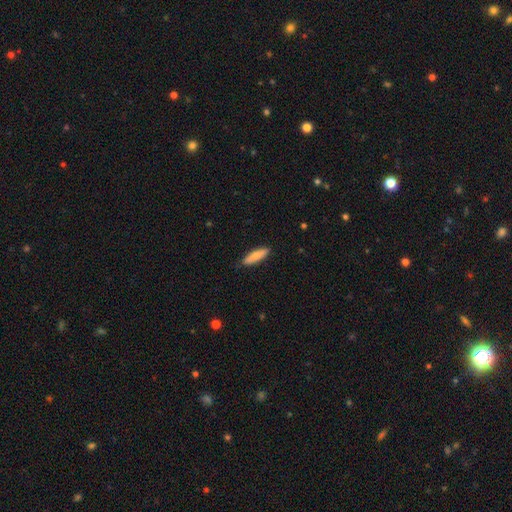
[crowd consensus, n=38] This is likely a smooth galaxy (61%). How rounded: likely cigar-shaped (70%). Merging: clearly none (83%).